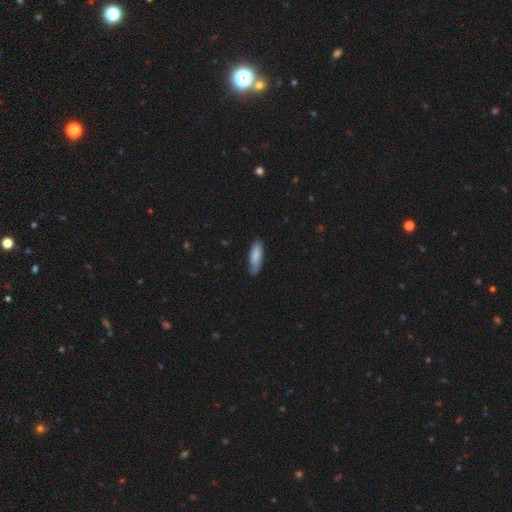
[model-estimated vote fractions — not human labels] Smooth or featured? Predicted: smooth (p=0.82). How rounded? Predicted: cigar-shaped (p=0.53). Merging? Predicted: none (p=0.75).